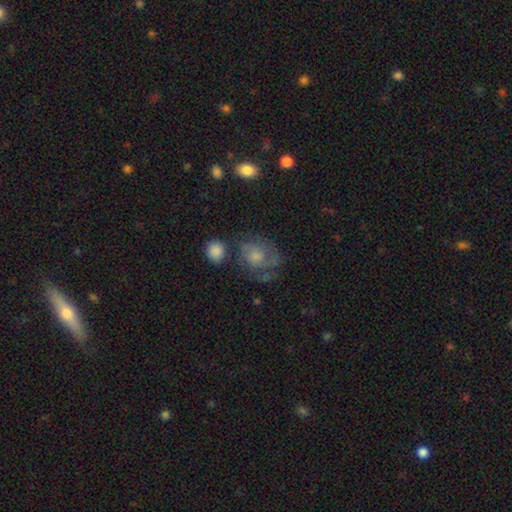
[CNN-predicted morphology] This is possibly a featured or disk galaxy (56%). It is clearly not viewed edge-on (97%). Bar: likely no (80%). Spiral arm pattern: likely yes (76%). Central bulge: marginally small (43%). Merging: possibly none (53%).